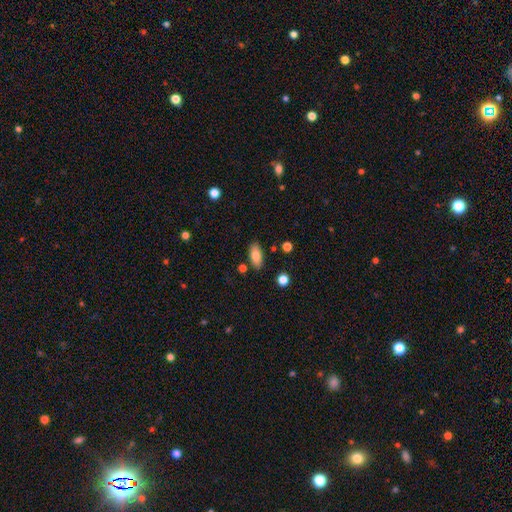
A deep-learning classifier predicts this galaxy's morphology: smooth 82%, featured or disk 11%, star or artifact 8%. Down the decision tree: how rounded — in between (88%); merging — none (84%).